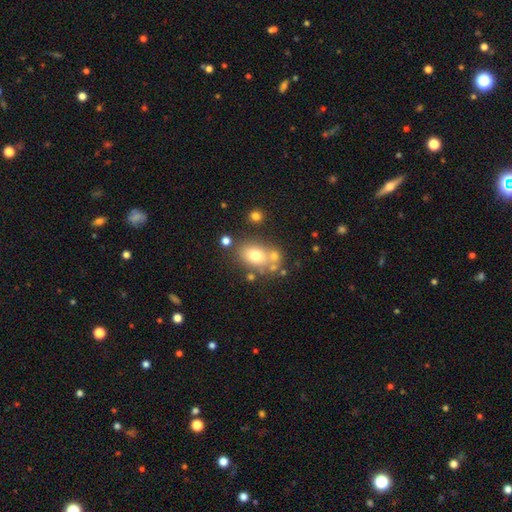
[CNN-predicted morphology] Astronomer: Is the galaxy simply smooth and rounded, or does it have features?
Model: smooth — 70%.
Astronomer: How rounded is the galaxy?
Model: in between — 67%.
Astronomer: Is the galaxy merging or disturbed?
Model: none — 59%.